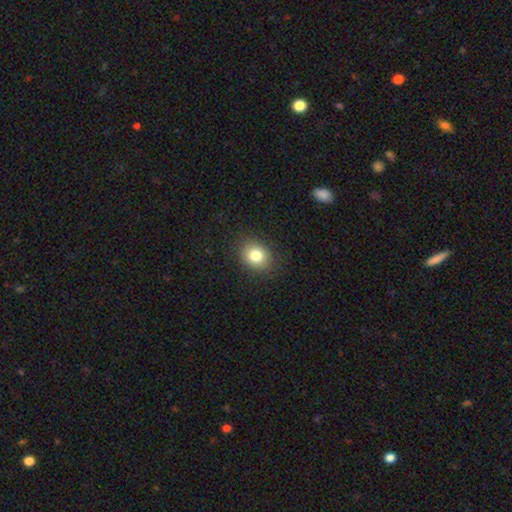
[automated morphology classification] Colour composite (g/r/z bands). It shows a smooth galaxy with no disk features (81%) that is round (58%). Merging: none (88%).